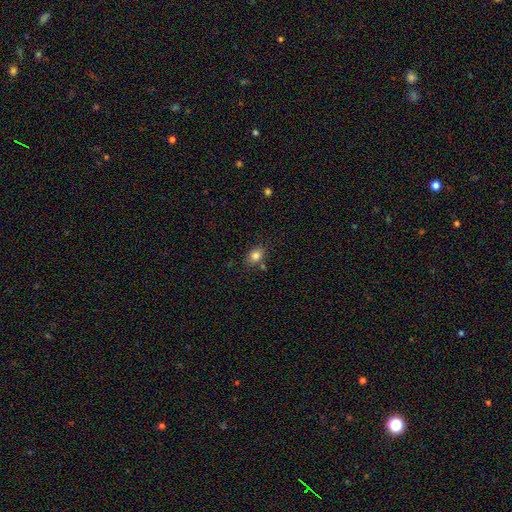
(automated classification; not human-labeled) Smooth or featured?
  - smooth: 82% *
  - star or artifact: 11%
  - featured or disk: 8%
How rounded?
  - in between: 59% *
  - round: 39%
  - cigar-shaped: 1%
Merging?
  - none: 75% *
  - minor disturbance: 14%
  - merger: 8%
  - major disturbance: 3%